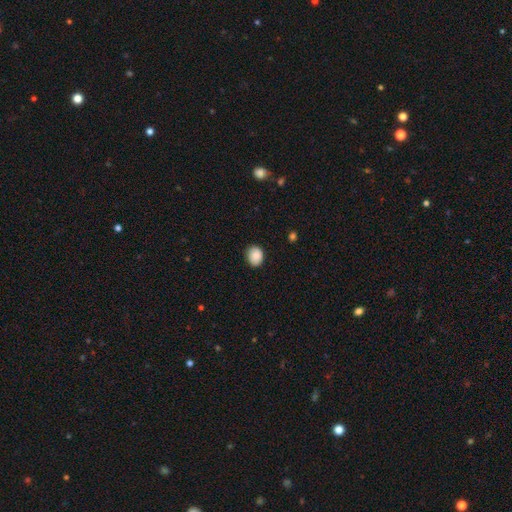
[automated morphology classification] This appears to be a smooth galaxy with no disk features (86%) that is round (56%). Merging: none (84%).